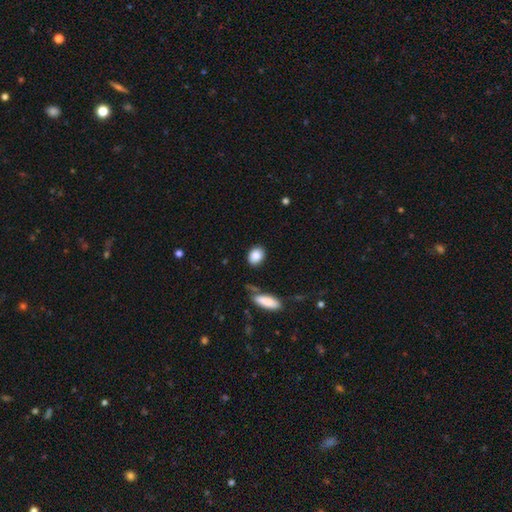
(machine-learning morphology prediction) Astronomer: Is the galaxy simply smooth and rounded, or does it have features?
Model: smooth — 88%.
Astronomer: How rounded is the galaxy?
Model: in between — 66%.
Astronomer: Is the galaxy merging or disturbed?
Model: none — 81%.